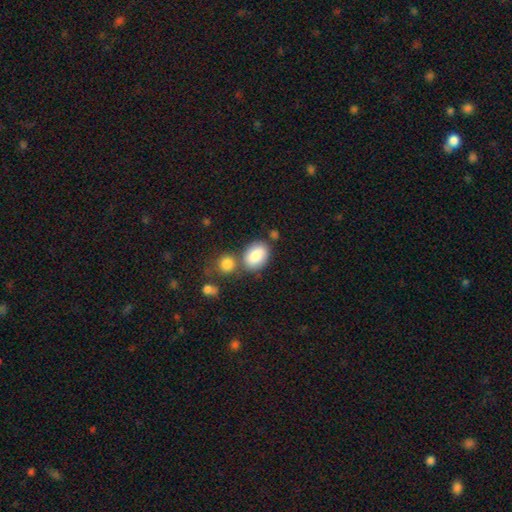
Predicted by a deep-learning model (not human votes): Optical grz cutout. It shows a smooth galaxy with no disk features (84%) that is in between round and cigar-shaped (78%). Merging: none (61%).